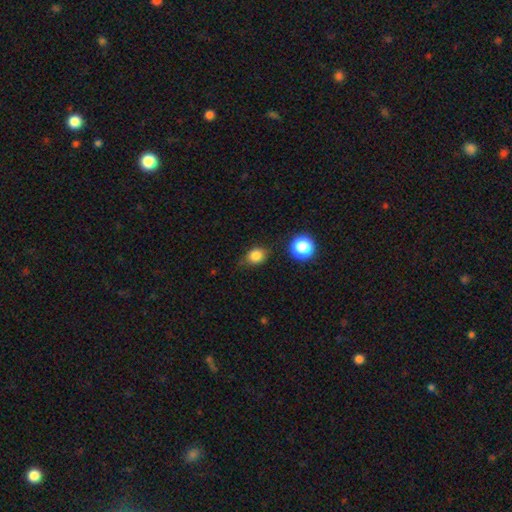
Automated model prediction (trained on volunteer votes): This appears to be a smooth galaxy with no disk features (83%) that is round (62%). Merging: none (73%).